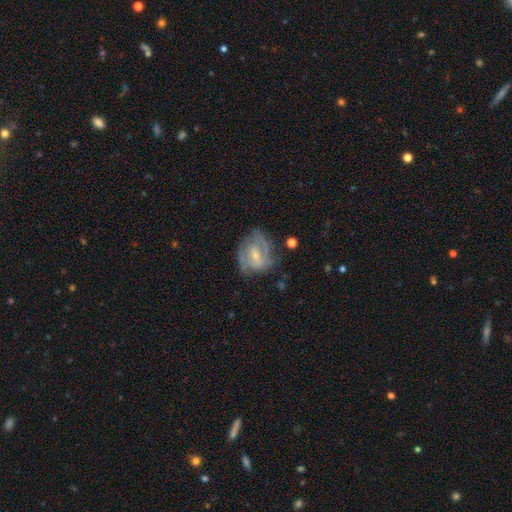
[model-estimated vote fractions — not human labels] This appears to be a featured or disk galaxy (69%) with a weak bar (49%), 2 (51%) tight (44%) spiral arms (78%) and a small central bulge (52%). Merging: none (57%).